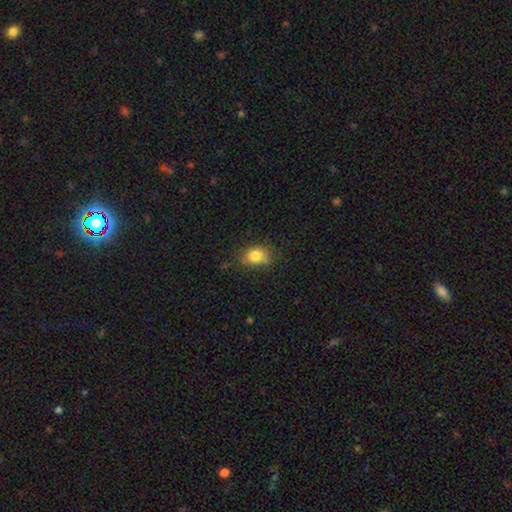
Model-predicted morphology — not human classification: The model was most divided on "how rounded": in between: 64%, round: 35%, cigar-shaped: 1%. More confident: smooth or featured — smooth (82%); merging — none (68%).